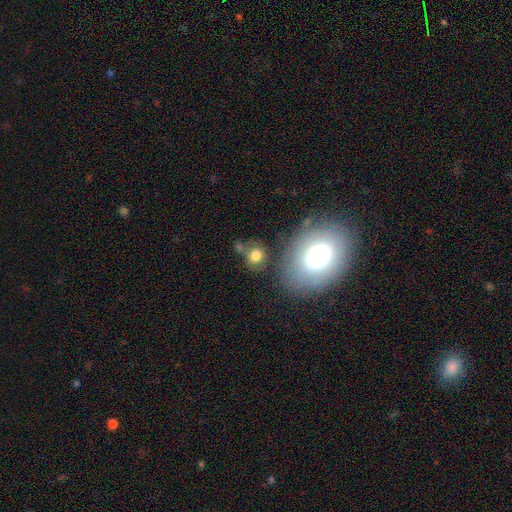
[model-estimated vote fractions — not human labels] The model was most divided on "how rounded": round: 69%, in between: 29%, cigar-shaped: 2%. More confident: smooth or featured — smooth (78%); merging — none (61%).